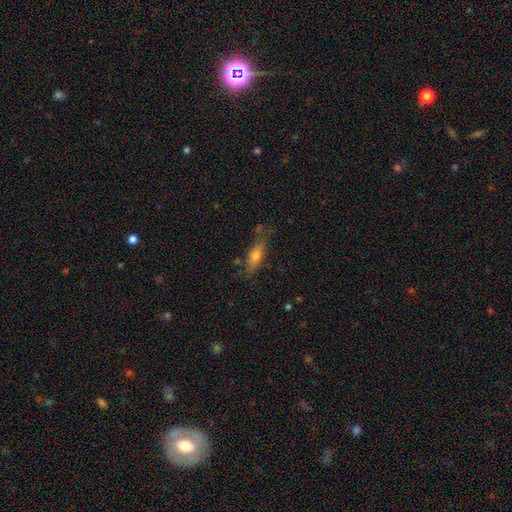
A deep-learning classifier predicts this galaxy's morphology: smooth 62%, featured or disk 30%, star or artifact 8%. Down the decision tree: how rounded — in between (49%); merging — none (67%).